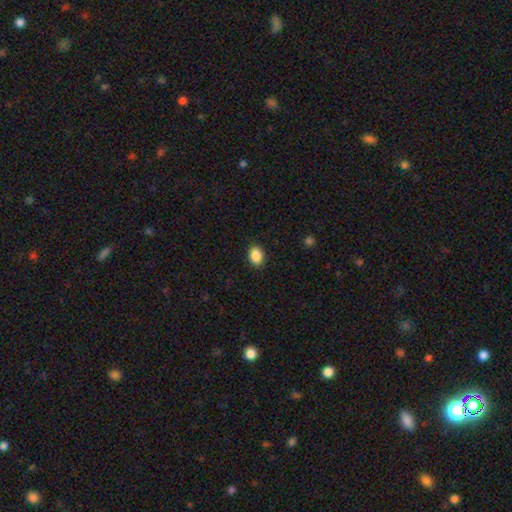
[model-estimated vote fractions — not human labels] smooth_or_featured: smooth (p=0.88) [alt: star or artifact p=0.08]
how_rounded: in between (p=0.75) [alt: round p=0.24]
merging: none (p=0.89) [alt: minor disturbance p=0.08]